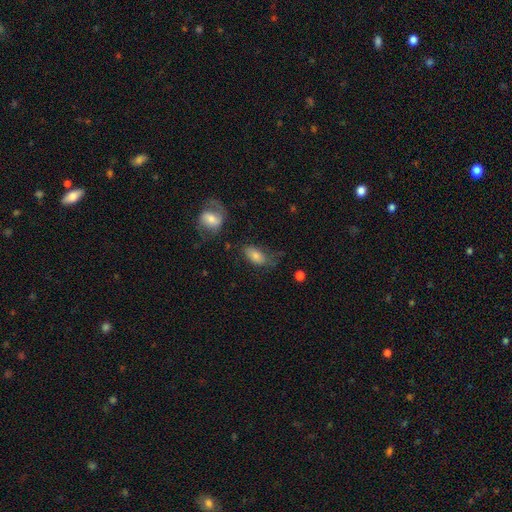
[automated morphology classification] smooth_or_featured: smooth (p=0.70) [alt: featured or disk p=0.21]
how_rounded: in between (p=0.89) [alt: round p=0.06]
merging: none (p=0.50) [alt: minor disturbance p=0.26]